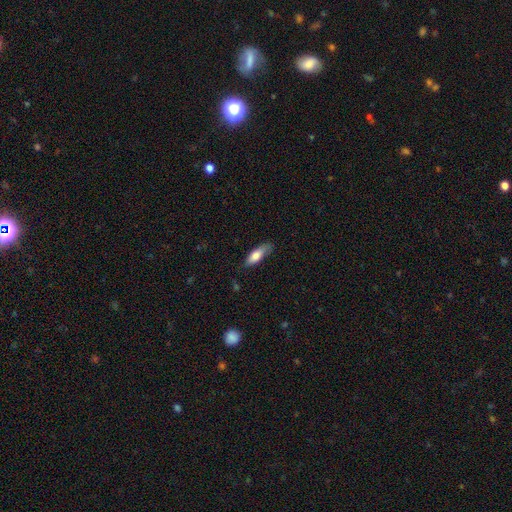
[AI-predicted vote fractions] This is likely a smooth galaxy (74%). How rounded: possibly in between (56%). Merging: likely none (67%).